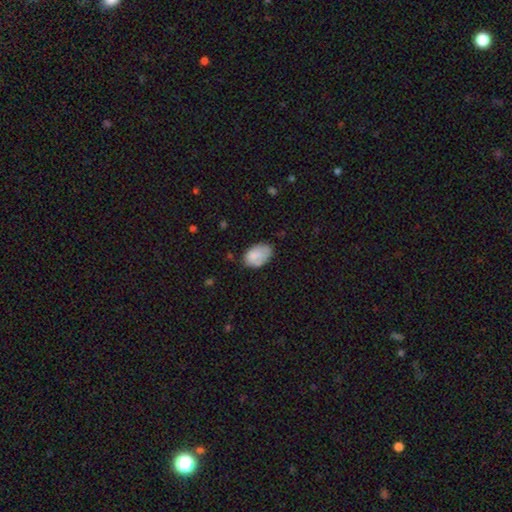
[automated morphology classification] This is clearly a smooth galaxy (80%). How rounded: clearly in between (89%). Merging: likely none (60%).